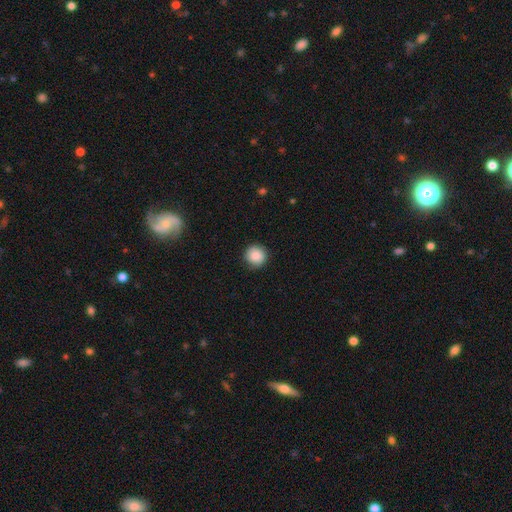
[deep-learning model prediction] The model was most divided on "merging": none: 86%, minor disturbance: 11%, major disturbance: 3%, merger: 1%. More confident: how rounded — round (94%); smooth or featured — smooth (84%).